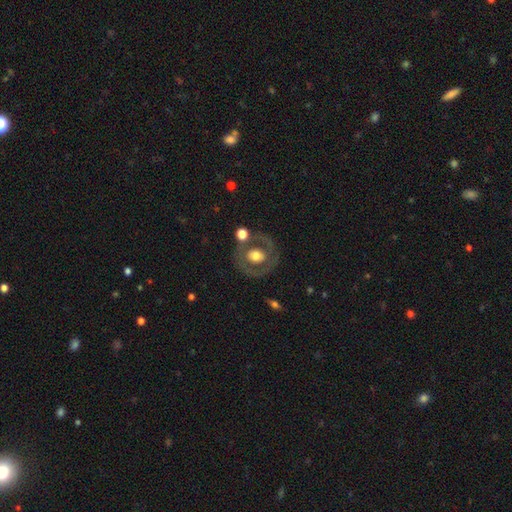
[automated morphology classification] smooth-or-featured: featured or disk: 55% | smooth: 38% | star or artifact: 7%
  disk-edge-on: no: 95% | yes: 5%
    bar: no: 80% | weak: 14% | strong: 5%
    has-spiral-arms: no: 74% | yes: 26%
    bulge-size: moderate: 55% | large: 34% | small: 7% | dominant: 3% | none: 2%
  merging: none: 70% | minor disturbance: 14% | major disturbance: 9% | merger: 8%